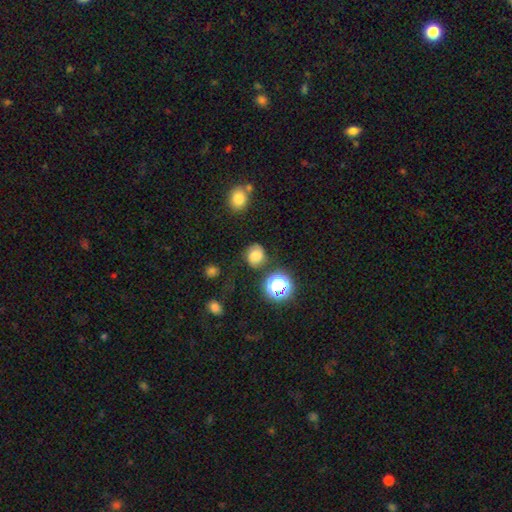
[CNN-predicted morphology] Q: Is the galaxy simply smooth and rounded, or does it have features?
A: smooth — 69%.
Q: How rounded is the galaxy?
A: round — 74%.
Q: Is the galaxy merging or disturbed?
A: none — 74%.